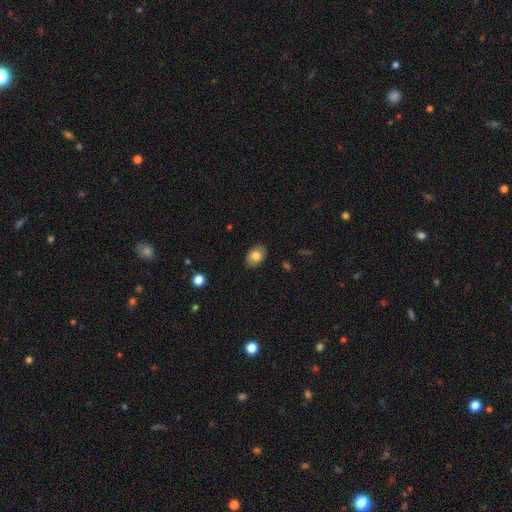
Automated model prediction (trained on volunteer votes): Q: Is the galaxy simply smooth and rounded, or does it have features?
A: smooth — 80%.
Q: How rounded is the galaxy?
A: in between — 82%.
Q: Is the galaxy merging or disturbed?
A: none — 87%.